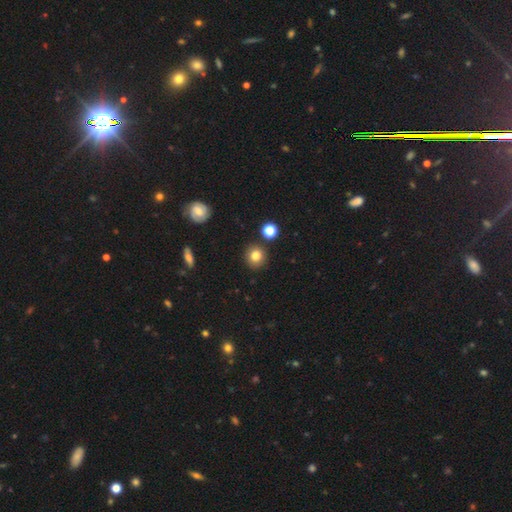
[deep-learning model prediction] Smooth or featured?
  - smooth: 80% *
  - star or artifact: 12%
  - featured or disk: 8%
How rounded?
  - round: 89% *
  - in between: 10%
  - cigar-shaped: 1%
Merging?
  - none: 87% *
  - minor disturbance: 7%
  - merger: 4%
  - major disturbance: 2%